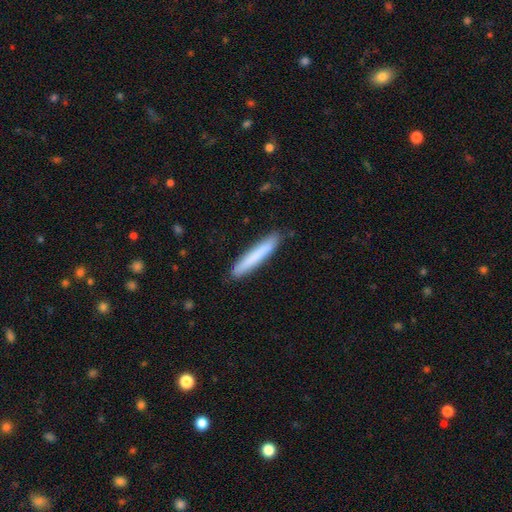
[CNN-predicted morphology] Overall: smooth (78%). How rounded: cigar-shaped (95%). Merging: none (89%).